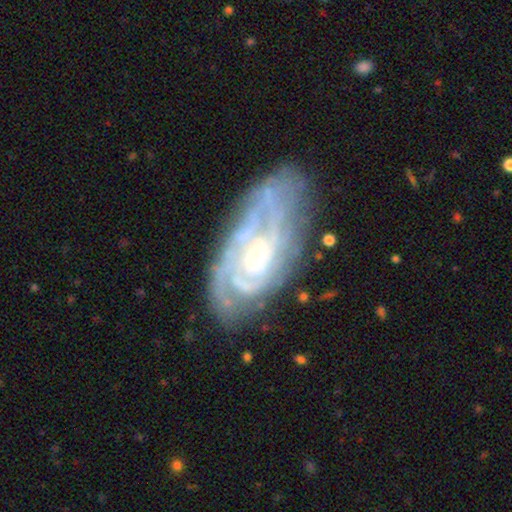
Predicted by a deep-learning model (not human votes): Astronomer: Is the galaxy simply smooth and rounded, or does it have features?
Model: featured or disk — 84%.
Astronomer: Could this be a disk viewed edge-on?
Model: no — 94%.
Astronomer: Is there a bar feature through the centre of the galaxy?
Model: no — 62%.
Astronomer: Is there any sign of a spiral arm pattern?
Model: yes — 93%.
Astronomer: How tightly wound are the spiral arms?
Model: tight — 68%.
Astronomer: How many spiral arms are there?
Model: can't tell — 38% (runner-up: 2, 21%).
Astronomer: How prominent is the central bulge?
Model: small — 68%.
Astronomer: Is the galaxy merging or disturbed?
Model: none — 67%.